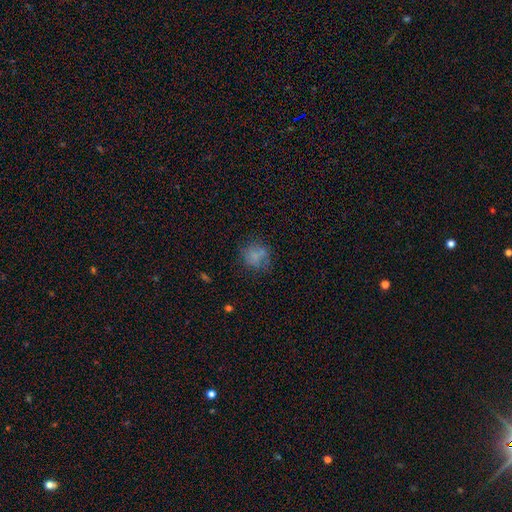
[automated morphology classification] A smooth galaxy with no disk features (70%) that is round (80%).

Vote fractions:
- Smooth or featured? smooth: 70% / featured or disk: 17% / star or artifact: 14%
- How rounded? round: 80% / in between: 19% / cigar-shaped: 1%
- Merging? none: 62% / minor disturbance: 19% / major disturbance: 10% / merger: 9%